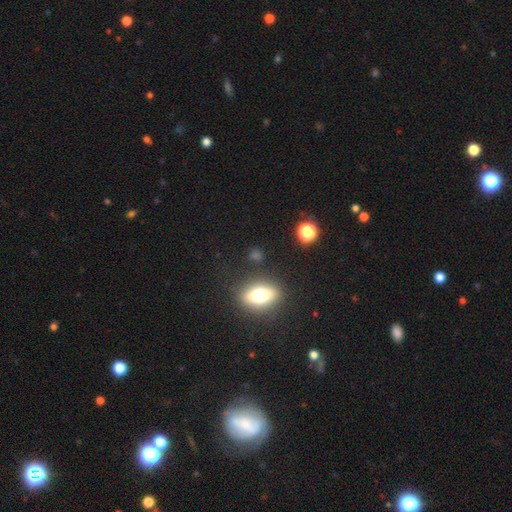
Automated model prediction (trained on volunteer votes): A smooth galaxy with no disk features (60%) that is in between round and cigar-shaped (56%). Merging: none (82%).